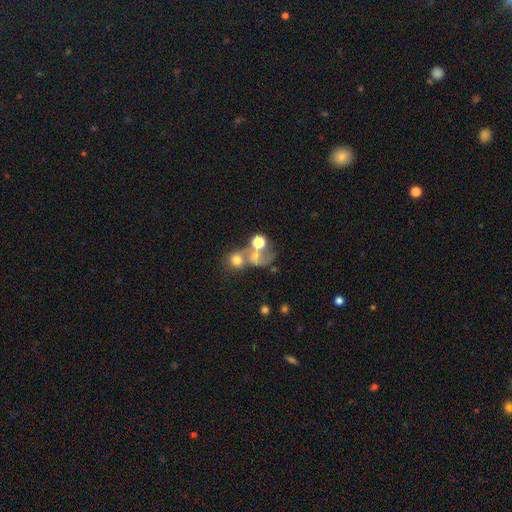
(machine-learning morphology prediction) Smooth or featured? Predicted: smooth (p=0.48). Merging? Predicted: merger (p=0.56).